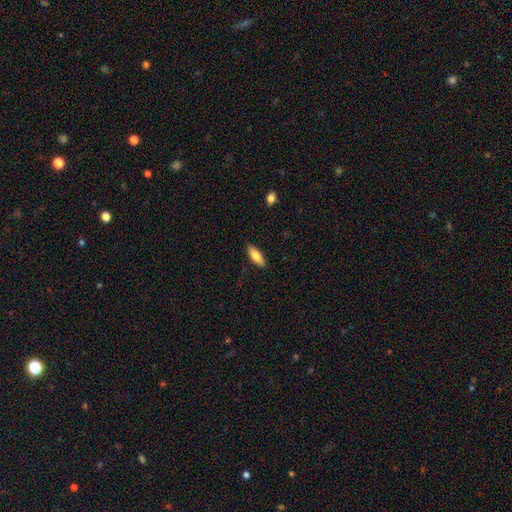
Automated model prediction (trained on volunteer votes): The model was most divided on "how rounded": in between: 70%, cigar-shaped: 28%, round: 2%. More confident: merging — none (88%); smooth or featured — smooth (74%).